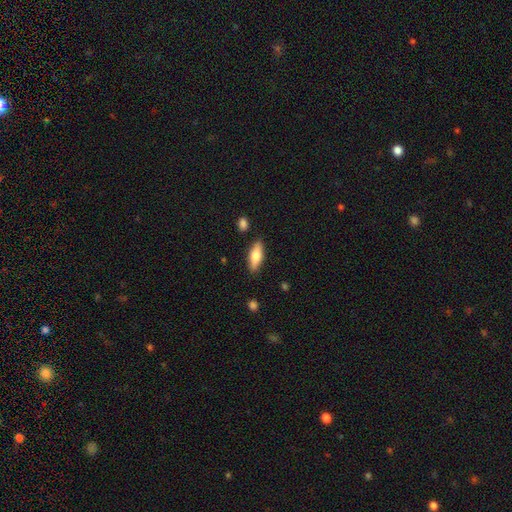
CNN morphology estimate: smooth_or_featured: smooth (p=0.65) [alt: featured or disk p=0.29]
how_rounded: in between (p=0.61) [alt: cigar-shaped p=0.36]
merging: none (p=0.86) [alt: minor disturbance p=0.10]